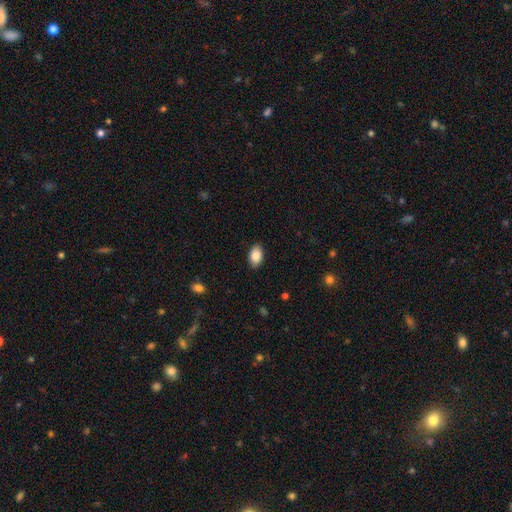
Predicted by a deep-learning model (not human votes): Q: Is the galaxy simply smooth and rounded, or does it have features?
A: smooth — 88%.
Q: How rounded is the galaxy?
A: in between — 91%.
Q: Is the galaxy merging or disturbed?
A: none — 86%.